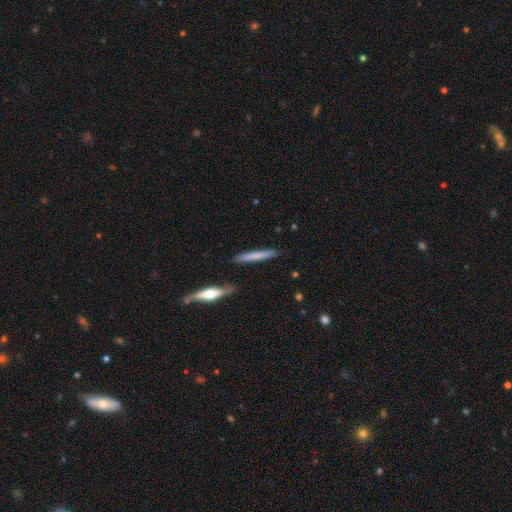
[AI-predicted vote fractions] Overall: smooth (66%; featured or disk 28%). How rounded: cigar-shaped (95%). Merging: none (87%).